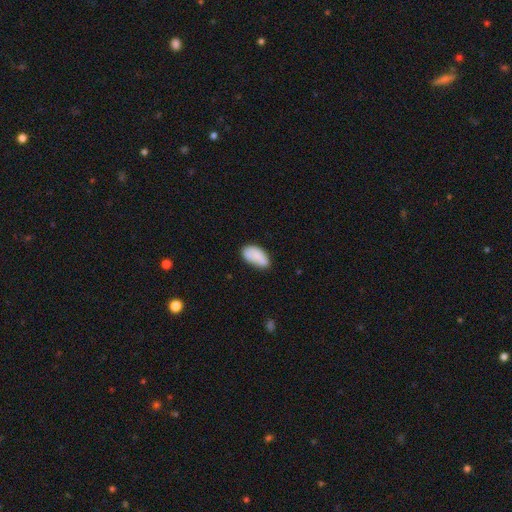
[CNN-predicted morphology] Q: Smooth or featured?
A: smooth (81%); runner-up: featured or disk (12%)
Q: How rounded?
A: in between (94%); runner-up: round (3%)
Q: Merging?
A: none (60%); runner-up: minor disturbance (28%)